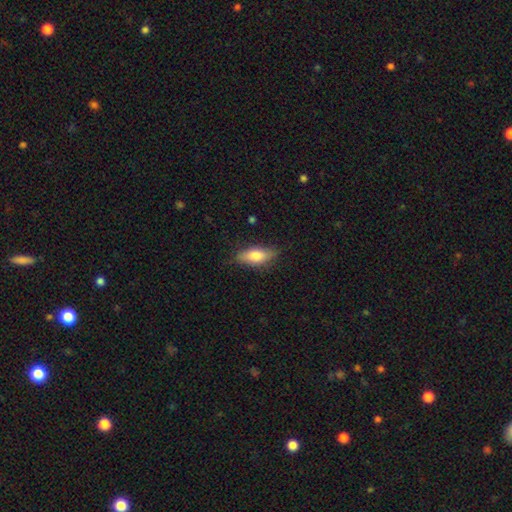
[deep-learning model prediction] Overall: smooth (70%). How rounded: in between (71%). Merging: none (80%).